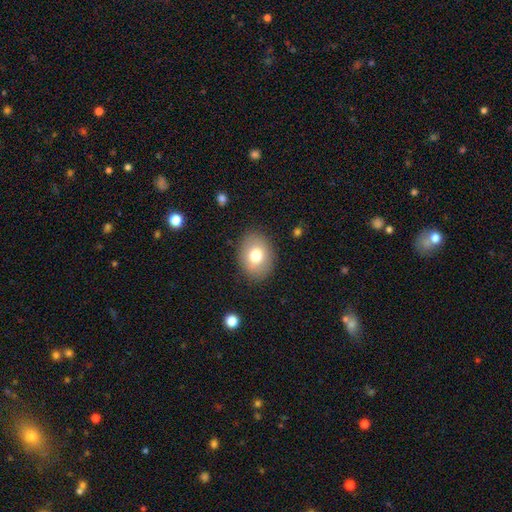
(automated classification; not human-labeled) This is likely a smooth galaxy (74%). How rounded: likely in between (60%). Merging: clearly none (86%).